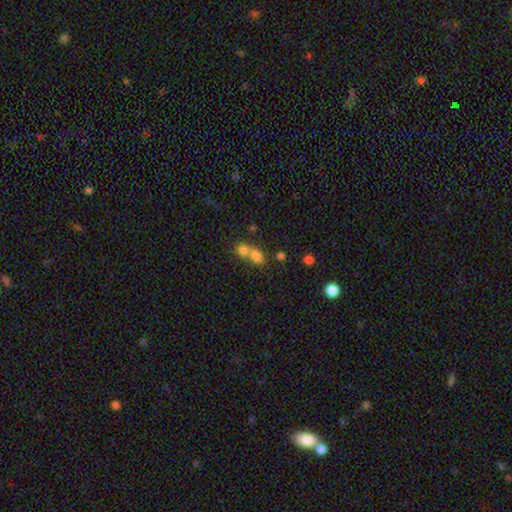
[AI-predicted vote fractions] smooth 73%, star or artifact 14%, featured or disk 13%. Down the decision tree: how rounded — in between (55%); merging — merger (67%).